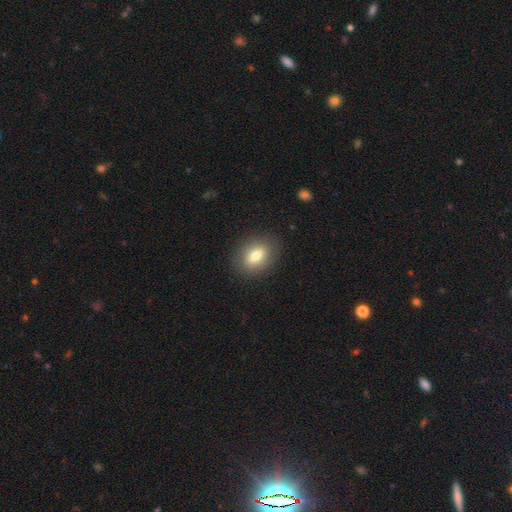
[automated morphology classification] The model was most divided on "how rounded": in between: 71%, round: 26%, cigar-shaped: 4%. More confident: merging — none (87%); smooth or featured — smooth (73%).